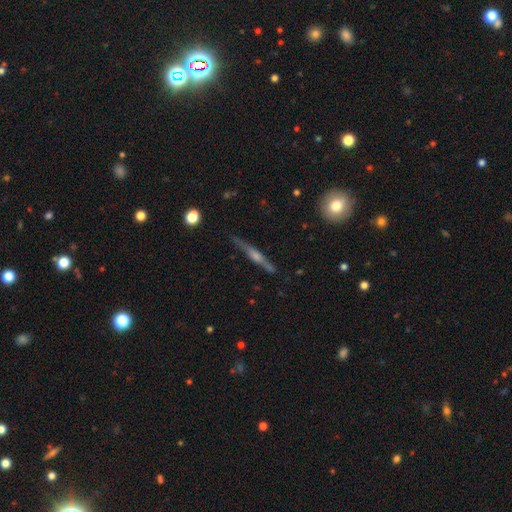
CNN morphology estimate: Smooth or featured? Predicted: featured or disk (p=0.72). Edge-on disk? Predicted: yes (p=0.96). Edge-on bulge? Predicted: rounded (p=0.72). Merging? Predicted: none (p=0.82).